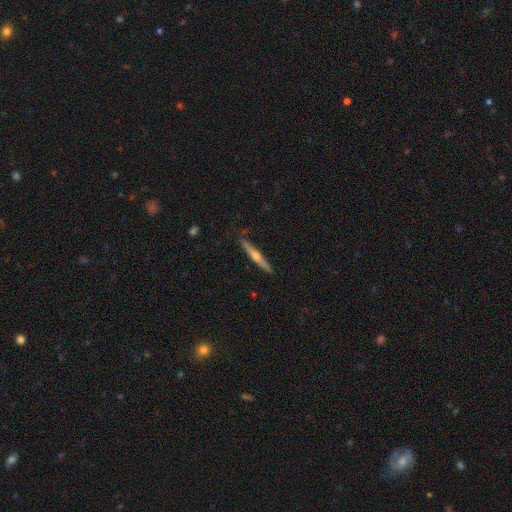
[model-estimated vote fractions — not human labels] smooth-or-featured: featured or disk: 67% | smooth: 27% | star or artifact: 6%
  disk-edge-on: yes: 98% | no: 2%
    edge-on-bulge: rounded: 87% | none: 10% | boxy: 3%
  merging: none: 88% | minor disturbance: 9% | major disturbance: 2% | merger: 1%